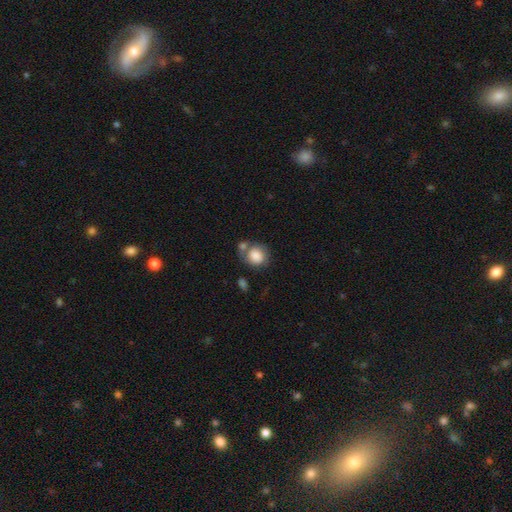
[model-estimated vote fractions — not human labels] smooth_or_featured: smooth (p=0.84) [alt: featured or disk p=0.08]
how_rounded: round (p=0.72) [alt: in between p=0.27]
merging: none (p=0.50) [alt: merger p=0.27]